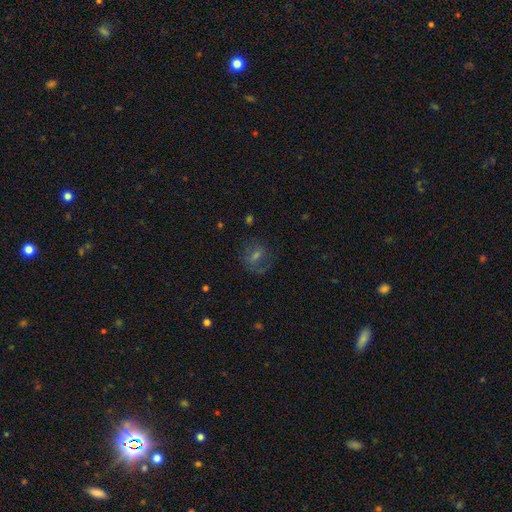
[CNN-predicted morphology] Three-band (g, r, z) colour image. It shows a featured or disk galaxy (44%). Merging: none (66%).